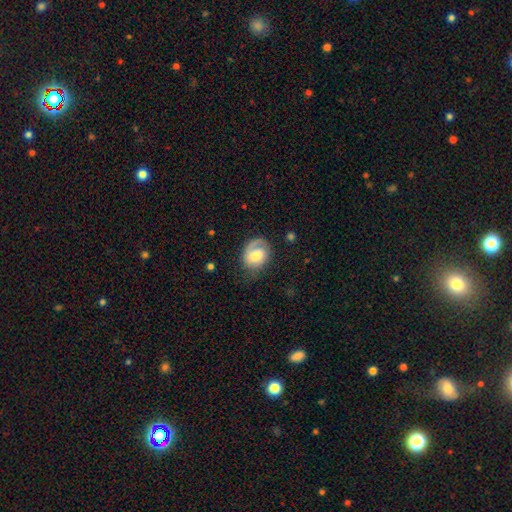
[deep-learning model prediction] A featured or disk galaxy (48%).

Vote fractions:
- Smooth or featured? featured or disk: 48% / smooth: 45% / star or artifact: 7%
- Merging? none: 59% / minor disturbance: 24% / major disturbance: 15% / merger: 2%